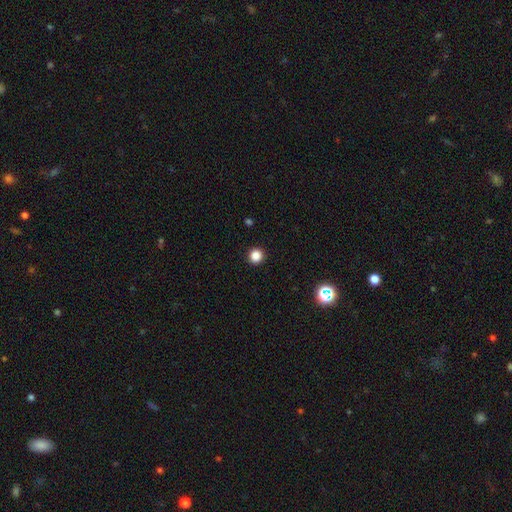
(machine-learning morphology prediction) A smooth galaxy with no disk features (85%) that is round (94%).

Vote fractions:
- Smooth or featured? smooth: 85% / star or artifact: 12% / featured or disk: 3%
- How rounded? round: 94% / in between: 5% / cigar-shaped: 1%
- Merging? none: 93% / minor disturbance: 4% / major disturbance: 2% / merger: 1%